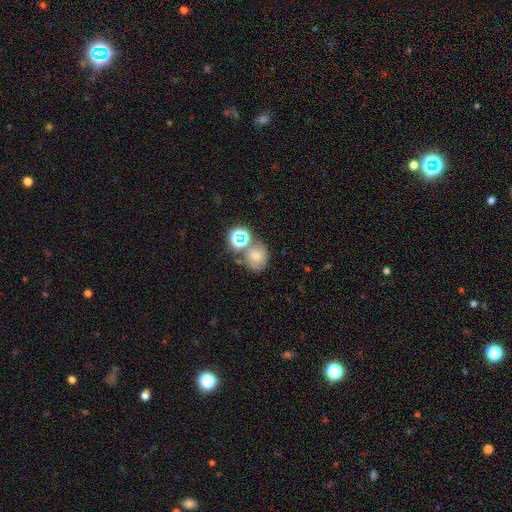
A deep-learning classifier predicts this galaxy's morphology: The model was most divided on "merging": none: 54%, merger: 29%, minor disturbance: 11%, major disturbance: 6%. More confident: how rounded — round (73%); smooth or featured — smooth (52%).